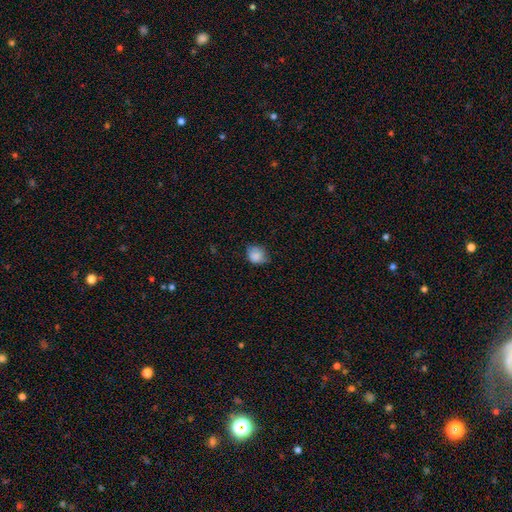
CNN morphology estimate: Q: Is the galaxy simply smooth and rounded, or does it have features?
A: smooth — 86%.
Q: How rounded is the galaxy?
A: round — 65%.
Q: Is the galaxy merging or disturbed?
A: none — 64%.